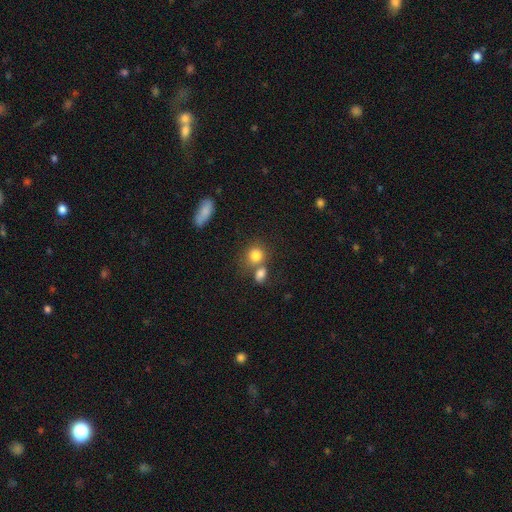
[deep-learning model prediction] Morphology: type=smooth (80%); roundness=round (76%); merging=none (50%).